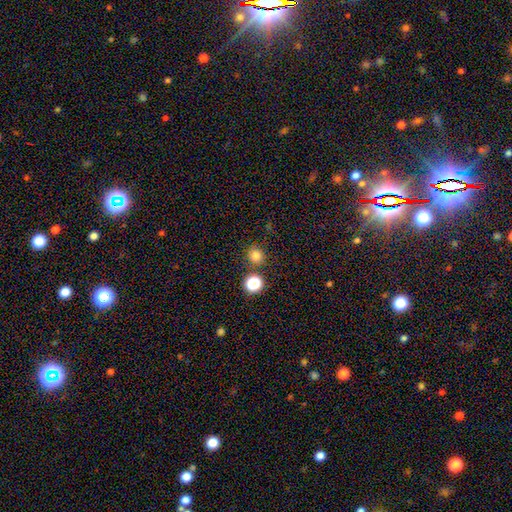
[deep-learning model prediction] Smooth or featured? Predicted: smooth (p=0.79). How rounded? Predicted: round (p=0.90). Merging? Predicted: none (p=0.81).